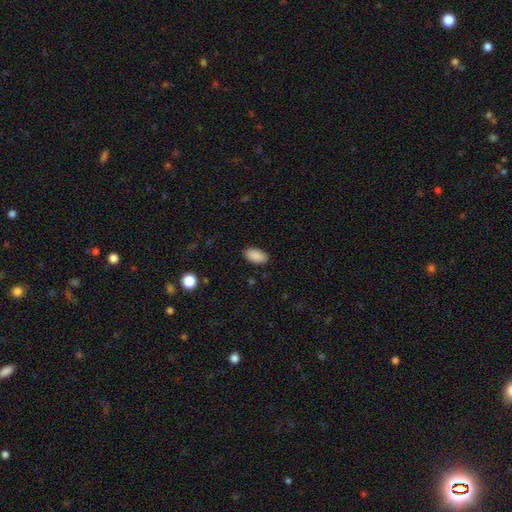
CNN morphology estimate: Smooth or featured: smooth — 90% (star or artifact — 7%)
How rounded: in between — 94% (round — 3%)
Merging: none — 87% (minor disturbance — 9%)